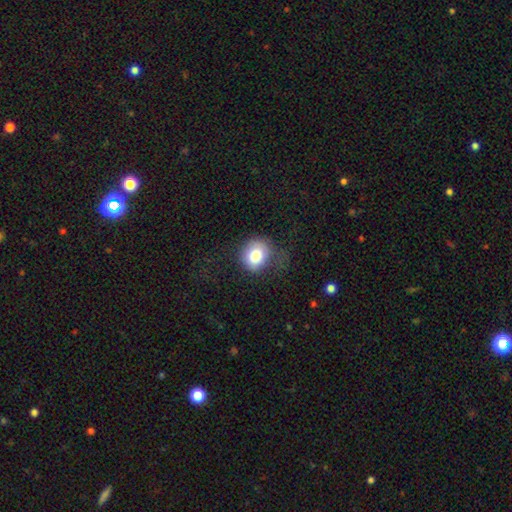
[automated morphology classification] Smooth or featured: smooth — 82% (featured or disk — 9%)
How rounded: round — 70% (in between — 29%)
Merging: none — 54% (minor disturbance — 26%)